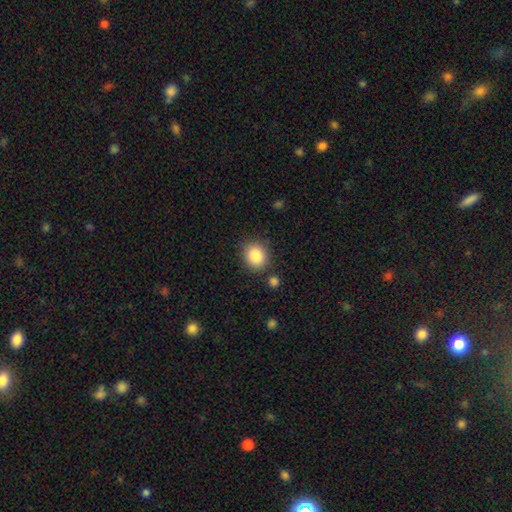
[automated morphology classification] The model was most divided on "how rounded": round: 69%, in between: 31%, cigar-shaped: 1%. More confident: smooth or featured — smooth (86%); merging — none (81%).